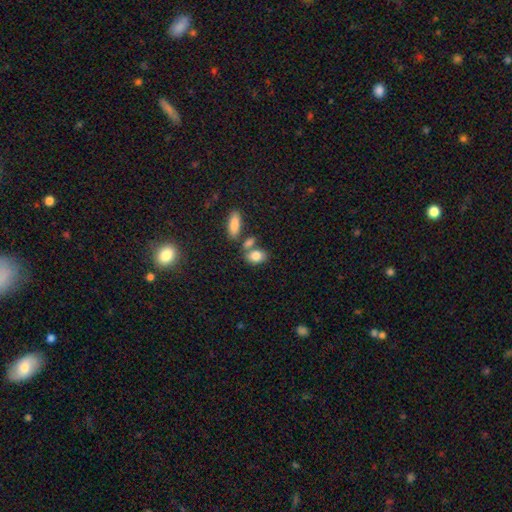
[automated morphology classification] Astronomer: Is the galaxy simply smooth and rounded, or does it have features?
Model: smooth — 82%.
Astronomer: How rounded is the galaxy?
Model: in between — 81%.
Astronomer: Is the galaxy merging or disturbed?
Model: none — 52% (runner-up: merger, 30%).